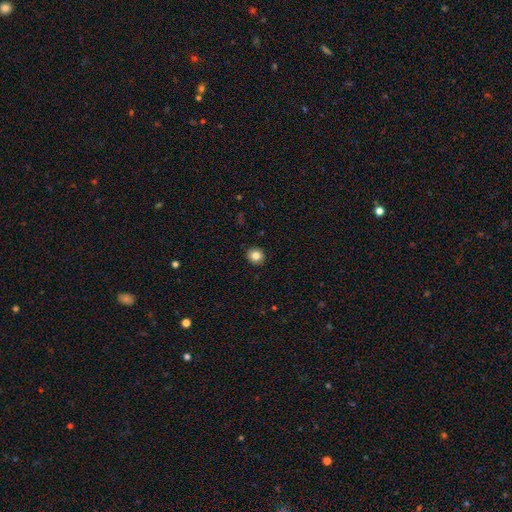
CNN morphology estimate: smooth_or_featured: smooth (p=0.83) [alt: star or artifact p=0.10]
how_rounded: round (p=0.85) [alt: in between p=0.14]
merging: none (p=0.92) [alt: minor disturbance p=0.06]